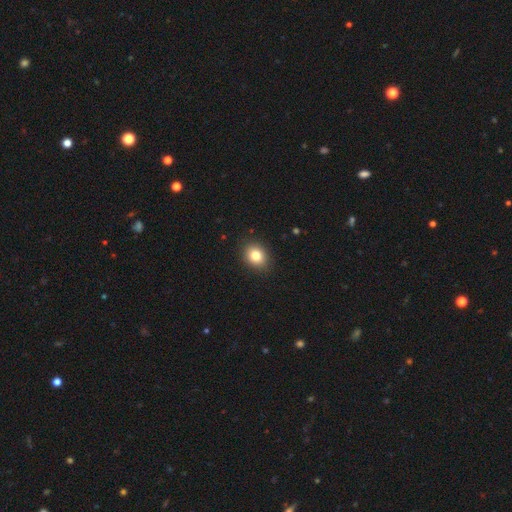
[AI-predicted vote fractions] Smooth or featured?
  - smooth: 81% *
  - star or artifact: 11%
  - featured or disk: 8%
How rounded?
  - round: 54% *
  - in between: 45%
  - cigar-shaped: 1%
Merging?
  - none: 89% *
  - minor disturbance: 8%
  - major disturbance: 2%
  - merger: 1%